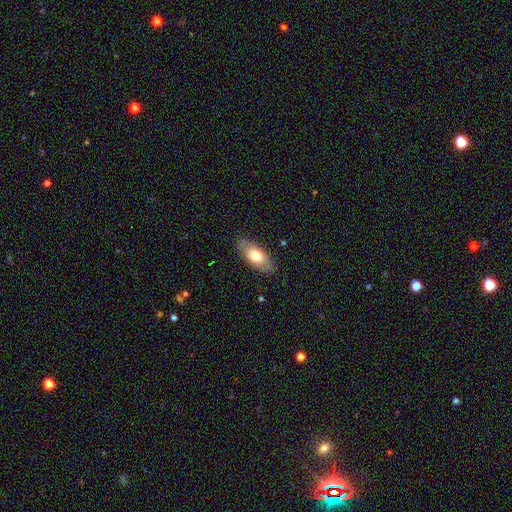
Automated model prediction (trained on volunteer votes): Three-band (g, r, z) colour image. It shows a smooth galaxy with no disk features (68%) that is in between round and cigar-shaped (83%). Merging: none (85%).